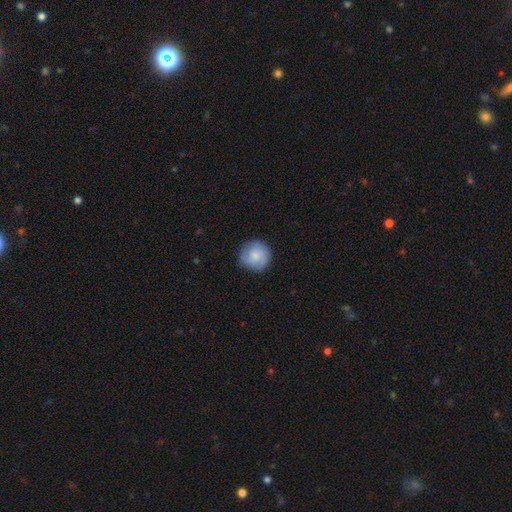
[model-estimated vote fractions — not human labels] Smooth or featured?
  - smooth: 64% *
  - featured or disk: 29%
  - star or artifact: 7%
How rounded?
  - round: 93% *
  - in between: 6%
  - cigar-shaped: 1%
Merging?
  - none: 83% *
  - minor disturbance: 13%
  - major disturbance: 3%
  - merger: 1%